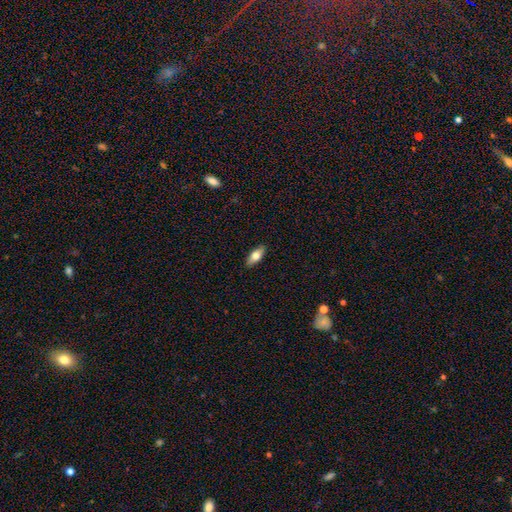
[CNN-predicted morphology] This is likely a smooth galaxy (71%). How rounded: likely in between (73%). Merging: clearly none (89%).